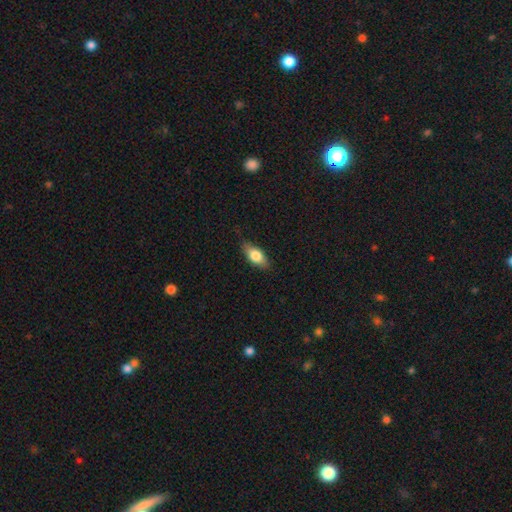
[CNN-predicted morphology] A smooth galaxy with no disk features (74%) that is in between round and cigar-shaped (83%). Merging: none (81%).